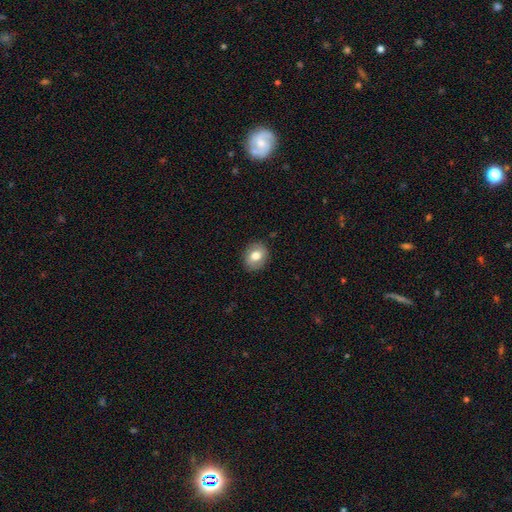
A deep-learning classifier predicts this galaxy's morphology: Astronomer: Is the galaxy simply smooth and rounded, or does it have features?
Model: smooth — 75%.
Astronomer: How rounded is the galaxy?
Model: round — 60% (runner-up: in between, 39%).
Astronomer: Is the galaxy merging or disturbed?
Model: none — 87%.